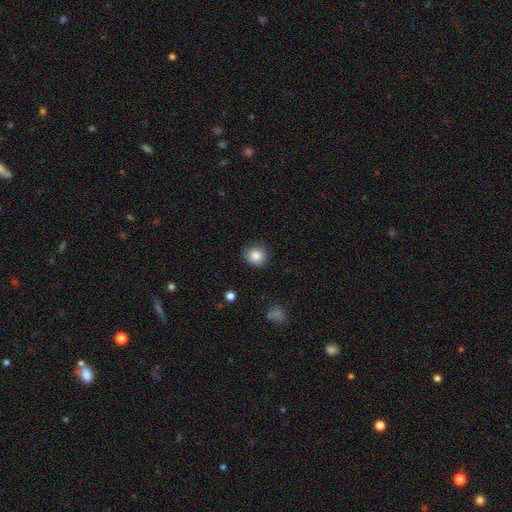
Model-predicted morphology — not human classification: A smooth galaxy with no disk features (86%) that is round (87%).

Vote fractions:
- Smooth or featured? smooth: 86% / star or artifact: 10% / featured or disk: 5%
- How rounded? round: 87% / in between: 12% / cigar-shaped: 1%
- Merging? none: 85% / minor disturbance: 11% / major disturbance: 3% / merger: 1%